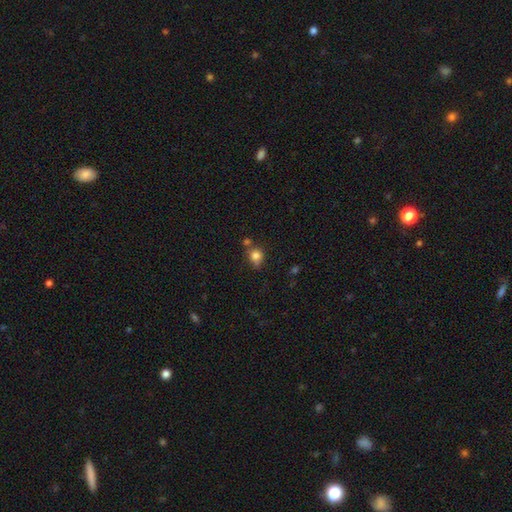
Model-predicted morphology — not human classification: This appears to be a smooth galaxy with no disk features (81%) that is round (74%). Merging: none (61%).